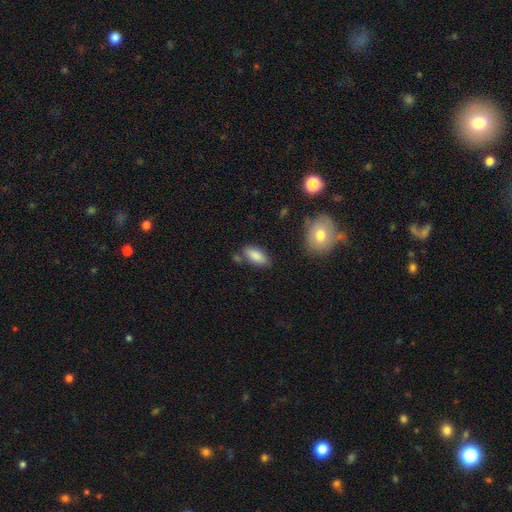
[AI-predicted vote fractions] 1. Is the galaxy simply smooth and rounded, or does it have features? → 85% smooth, 8% featured or disk, 7% star or artifact.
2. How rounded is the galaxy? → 87% in between, 11% cigar-shaped, 2% round.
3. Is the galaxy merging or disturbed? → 72% none, 17% minor disturbance, 7% merger, 4% major disturbance.